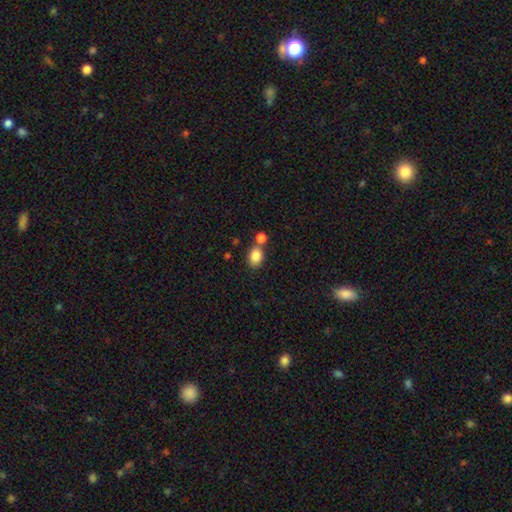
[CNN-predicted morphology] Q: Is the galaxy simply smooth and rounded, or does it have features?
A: smooth — 86%.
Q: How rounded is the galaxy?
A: in between — 64%.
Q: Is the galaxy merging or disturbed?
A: none — 55%.